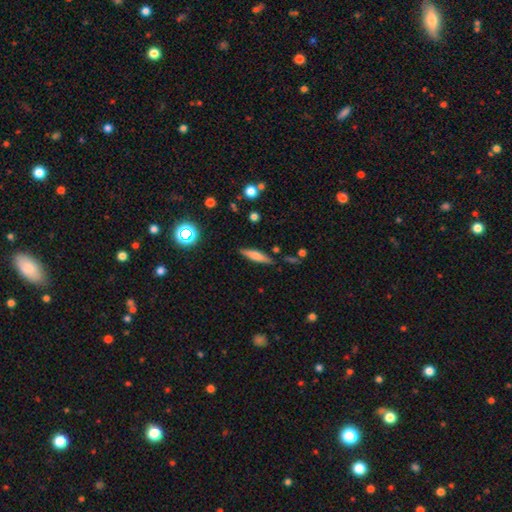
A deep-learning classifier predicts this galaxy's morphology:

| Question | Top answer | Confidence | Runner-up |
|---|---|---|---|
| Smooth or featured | smooth | 60% | featured or disk (31%) |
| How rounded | cigar-shaped | 74% | in between (24%) |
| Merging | none | 82% | minor disturbance (12%) |